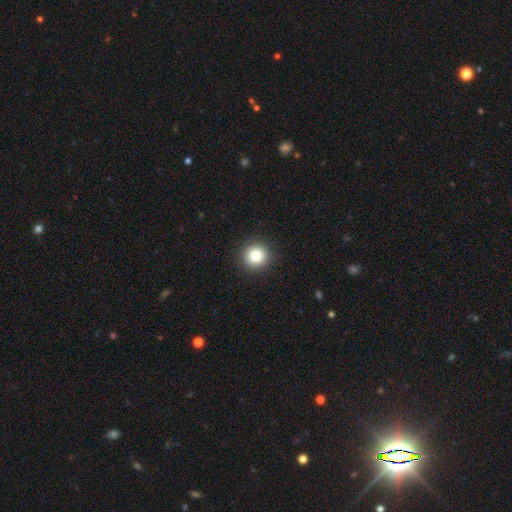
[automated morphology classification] The model was most divided on "smooth or featured": smooth: 84%, star or artifact: 10%, featured or disk: 6%. More confident: how rounded — round (93%); merging — none (92%).